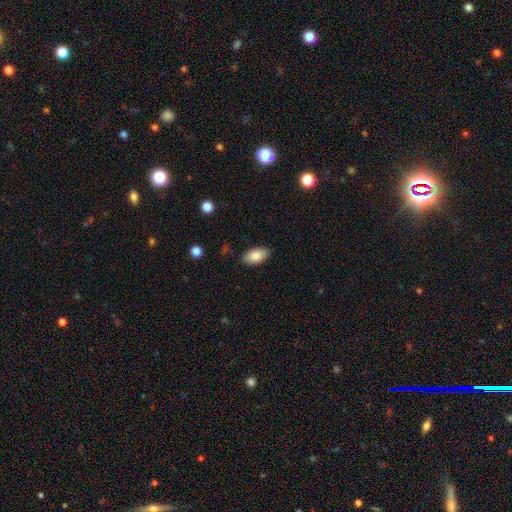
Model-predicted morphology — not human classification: This is clearly a smooth galaxy (85%). How rounded: clearly in between (94%). Merging: clearly none (85%).